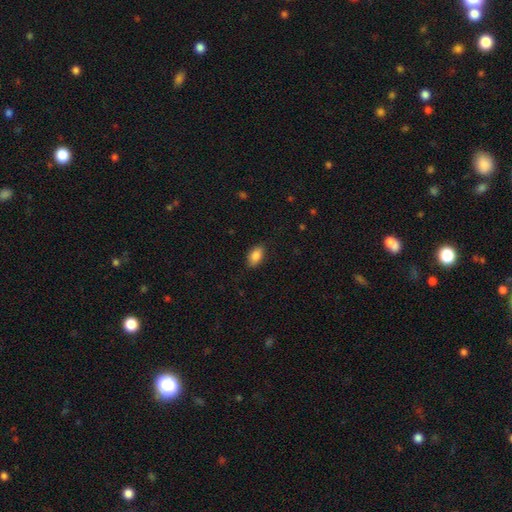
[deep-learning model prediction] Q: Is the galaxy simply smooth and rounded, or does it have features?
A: smooth — 86%.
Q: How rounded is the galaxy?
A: in between — 91%.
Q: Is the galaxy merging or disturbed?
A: none — 86%.